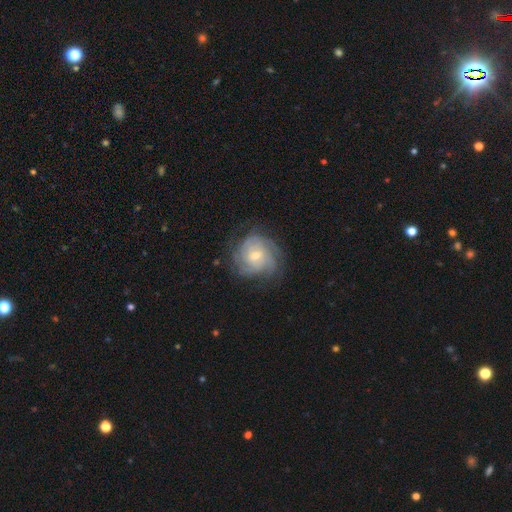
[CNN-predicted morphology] A featured or disk galaxy (80%) with no bar (54%), tight (71%) spiral arms (95%) and a small central bulge (50%).

Vote fractions:
- Smooth or featured? featured or disk: 80% / smooth: 13% / star or artifact: 6%
- Edge-on disk? no: 98% / yes: 2%
- Bar? no: 54% / weak: 40% / strong: 6%
- Spiral arms? yes: 95% / no: 5%
- Spiral winding? tight: 71% / medium: 23% / loose: 5%
- Spiral arm count? can't tell: 38% / 4: 23% / 3: 16% / 2: 10% / more than 4: 7% / 1: 6%
- Bulge size? small: 50% / moderate: 45% / large: 2% / none: 2% / dominant: 1%
- Merging? none: 75% / minor disturbance: 17% / major disturbance: 7% / merger: 1%